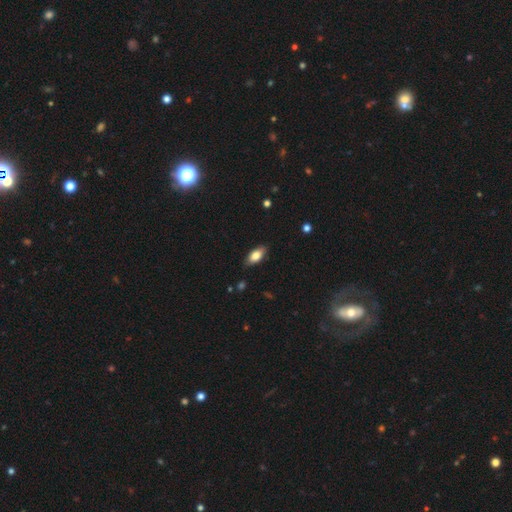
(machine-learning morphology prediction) smooth 79%, featured or disk 14%, star or artifact 7%. Down the decision tree: how rounded — in between (88%); merging — none (85%).